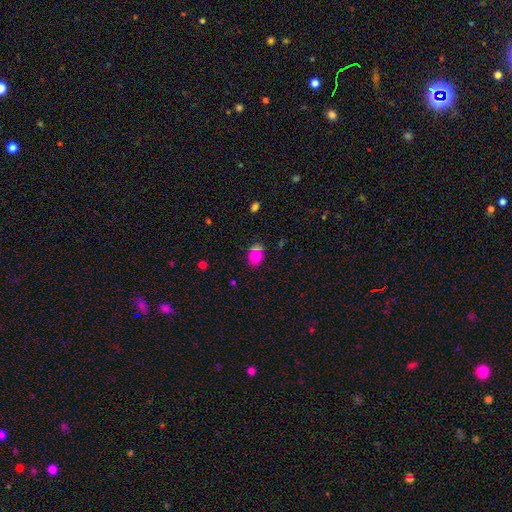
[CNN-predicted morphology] Q: Smooth or featured?
A: smooth (74%); runner-up: star or artifact (14%)
Q: How rounded?
A: in between (58%); runner-up: round (40%)
Q: Merging?
A: none (67%); runner-up: minor disturbance (16%)